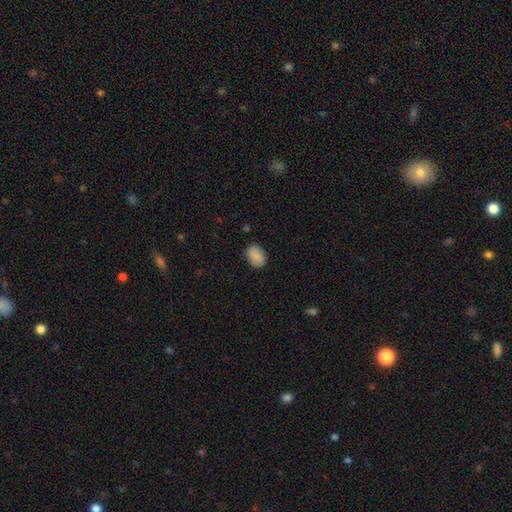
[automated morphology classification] smooth-or-featured: smooth: 88% | star or artifact: 7% | featured or disk: 5%
  how-rounded: in between: 73% | round: 26% | cigar-shaped: 1%
  merging: none: 84% | minor disturbance: 13% | major disturbance: 3% | merger: 1%